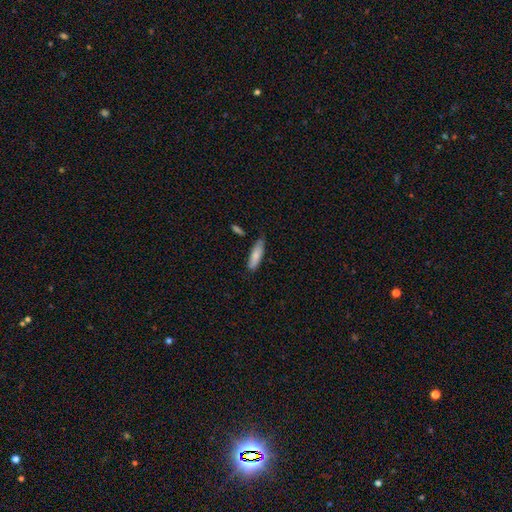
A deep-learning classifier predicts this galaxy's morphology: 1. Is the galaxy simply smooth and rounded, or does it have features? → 80% smooth, 14% featured or disk, 6% star or artifact.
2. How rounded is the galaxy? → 58% cigar-shaped, 40% in between, 2% round.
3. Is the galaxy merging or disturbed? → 76% none, 18% minor disturbance, 3% merger, 3% major disturbance.